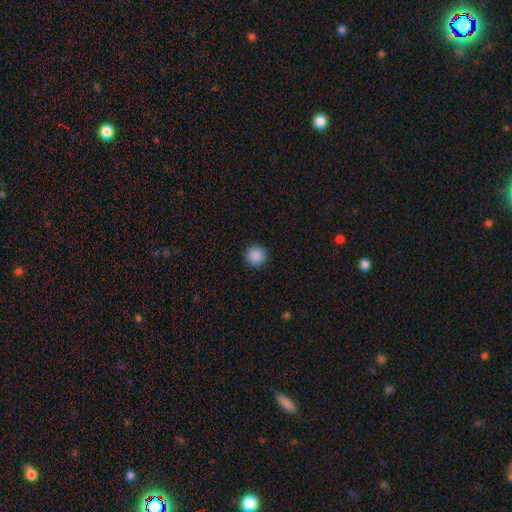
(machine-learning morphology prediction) The model was most divided on "smooth or featured": smooth: 89%, star or artifact: 9%, featured or disk: 3%. More confident: how rounded — round (96%); merging — none (93%).